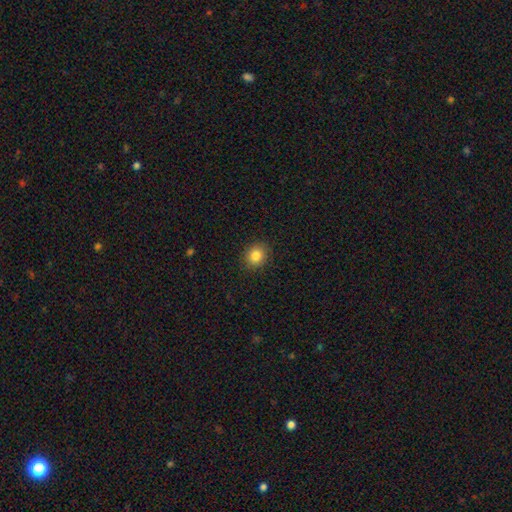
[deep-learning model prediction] This is clearly a smooth galaxy (84%). How rounded: likely round (72%). Merging: clearly none (90%).